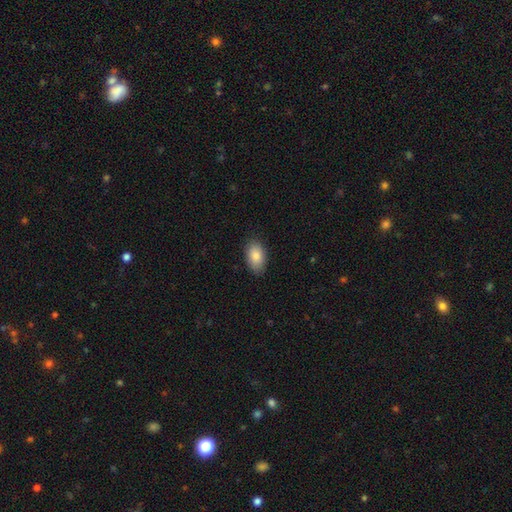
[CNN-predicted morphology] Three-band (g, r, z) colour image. It shows a smooth galaxy with no disk features (86%) that is in between round and cigar-shaped (93%). Merging: none (85%).